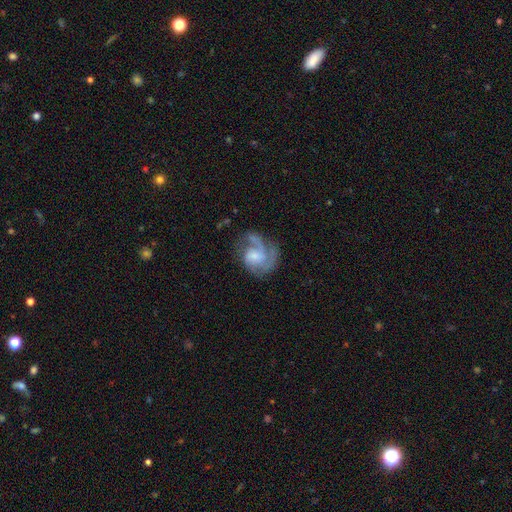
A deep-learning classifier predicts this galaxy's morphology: Overall: featured or disk (79%). Edge-on disk: no (98%). Bar: no (61%; weak 33%). Spiral arms: yes (94%). Spiral arm count: 3 (31%; 2 28%). Spiral winding: medium (47%; tight 32%). Bulge size: small (44%; moderate 34%). Merging: none (53%; major disturbance 23%).